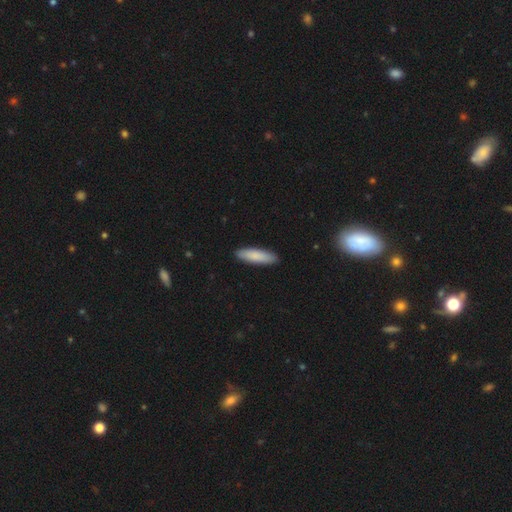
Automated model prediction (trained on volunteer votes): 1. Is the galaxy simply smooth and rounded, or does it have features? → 87% smooth, 8% featured or disk, 5% star or artifact.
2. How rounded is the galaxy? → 67% cigar-shaped, 31% in between, 1% round.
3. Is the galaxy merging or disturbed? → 91% none, 7% minor disturbance, 1% major disturbance, 1% merger.